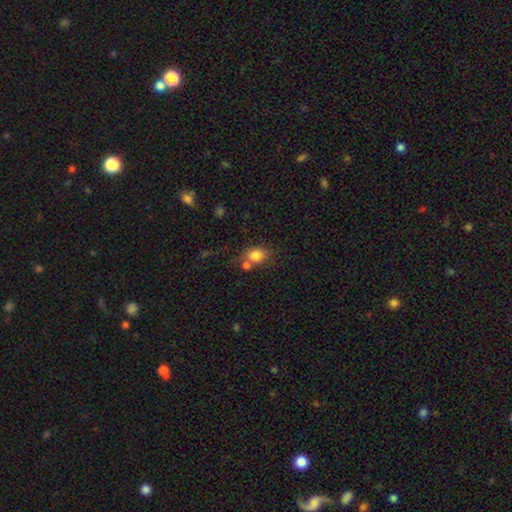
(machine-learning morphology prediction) This appears to be a smooth galaxy with no disk features (82%) that is round (51%). Merging: none (49%).